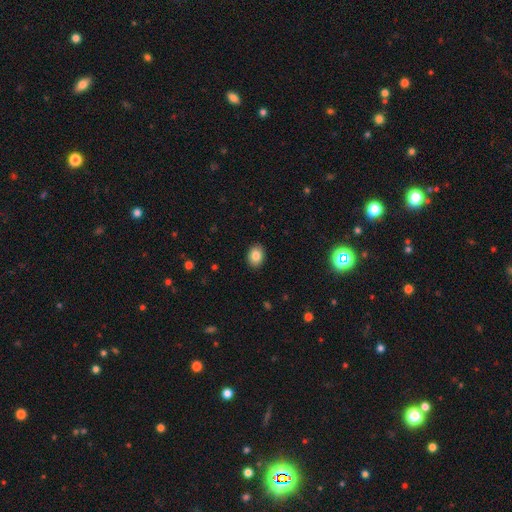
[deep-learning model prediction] This appears to be a smooth galaxy with no disk features (84%) that is in between round and cigar-shaped (72%). Merging: none (91%).